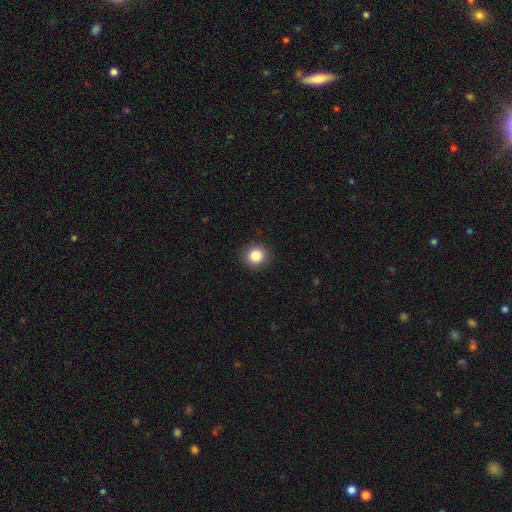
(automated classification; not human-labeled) A smooth galaxy with no disk features (85%) that is round (91%).

Vote fractions:
- Smooth or featured? smooth: 85% / star or artifact: 10% / featured or disk: 5%
- How rounded? round: 91% / in between: 8% / cigar-shaped: 1%
- Merging? none: 91% / minor disturbance: 6% / major disturbance: 2% / merger: 1%